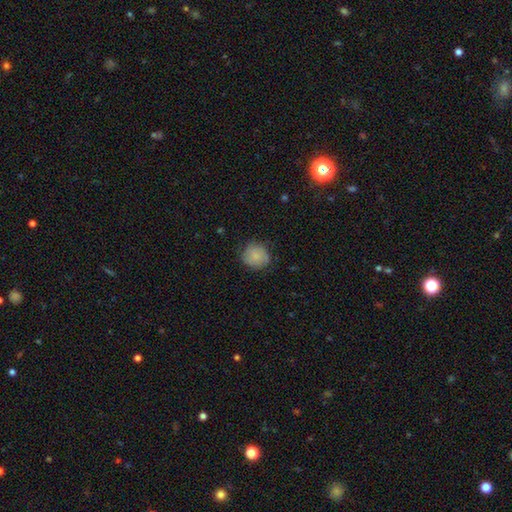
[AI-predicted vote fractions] smooth-or-featured: smooth: 82% | featured or disk: 10% | star or artifact: 8%
  how-rounded: round: 85% | in between: 14% | cigar-shaped: 1%
  merging: none: 76% | minor disturbance: 19% | major disturbance: 4% | merger: 1%